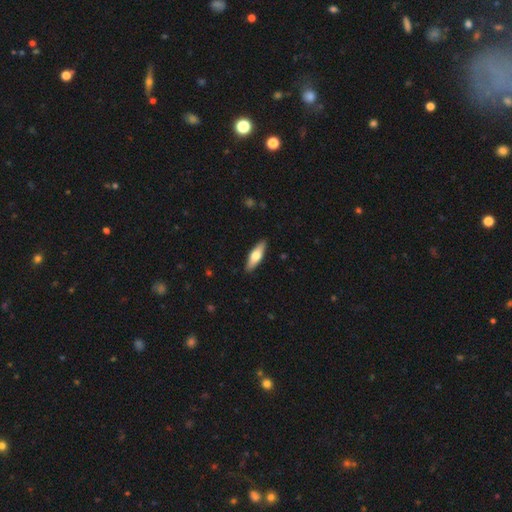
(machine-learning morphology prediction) This is possibly a smooth galaxy (60%). How rounded: possibly cigar-shaped (50%). Merging: clearly none (90%).